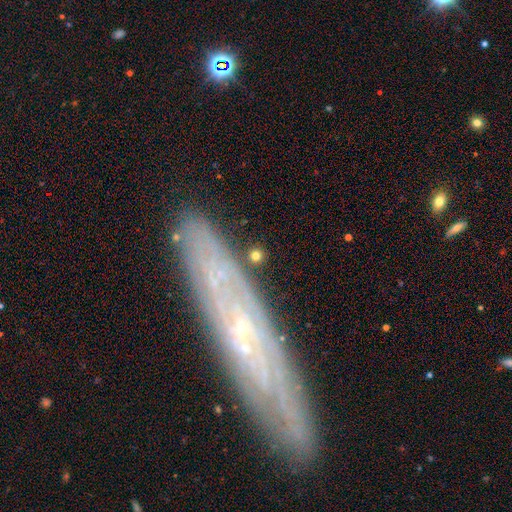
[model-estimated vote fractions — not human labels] Morphology: type=smooth (63%); roundness=round (79%); merging=none (87%).